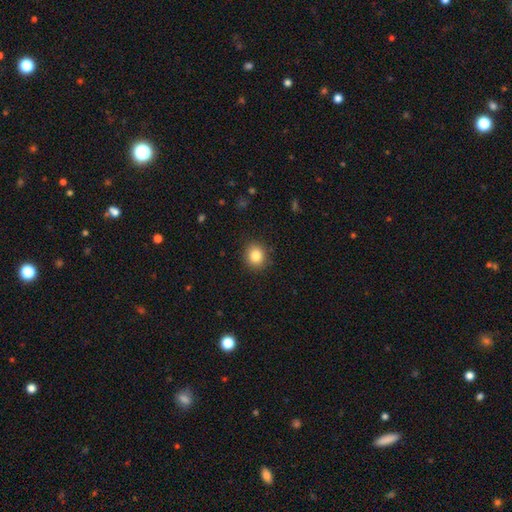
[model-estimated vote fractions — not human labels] A smooth galaxy with no disk features (84%) that is round (79%).

Vote fractions:
- Smooth or featured? smooth: 84% / star or artifact: 10% / featured or disk: 6%
- How rounded? round: 79% / in between: 21% / cigar-shaped: 1%
- Merging? none: 89% / minor disturbance: 8% / major disturbance: 2% / merger: 1%